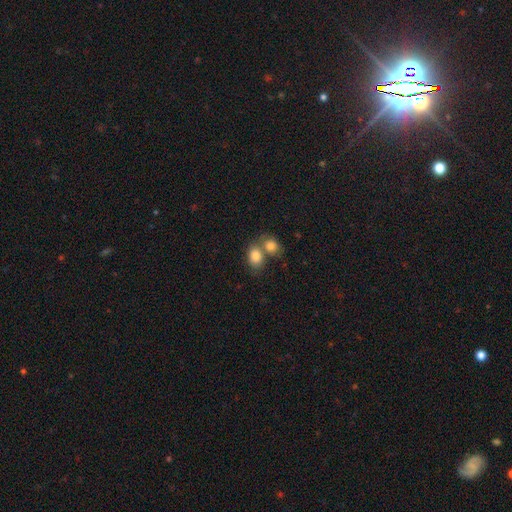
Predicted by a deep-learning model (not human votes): Smooth or featured? smooth (83%)
How rounded? in between (64%)
Merging? merger (53%)